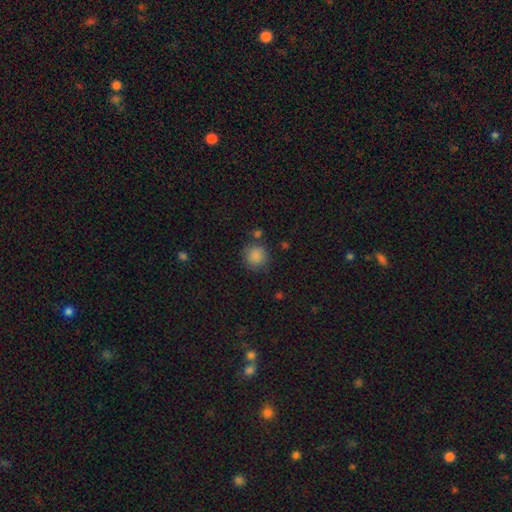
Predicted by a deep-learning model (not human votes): The model was most divided on "merging": none: 79%, minor disturbance: 12%, merger: 5%, major disturbance: 4%. More confident: how rounded — round (92%); smooth or featured — smooth (86%).